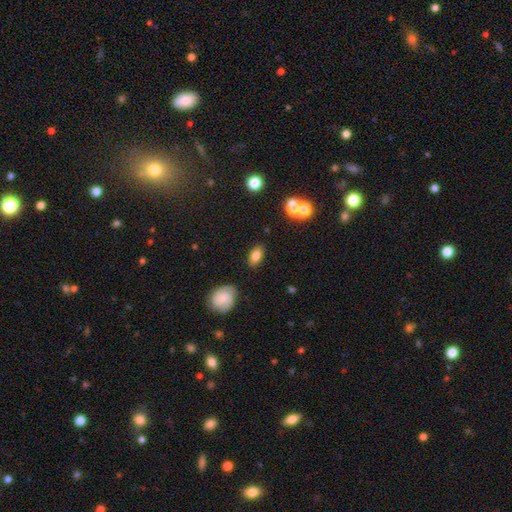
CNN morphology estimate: Smooth or featured? smooth (77%)
How rounded? in between (87%)
Merging? none (81%)